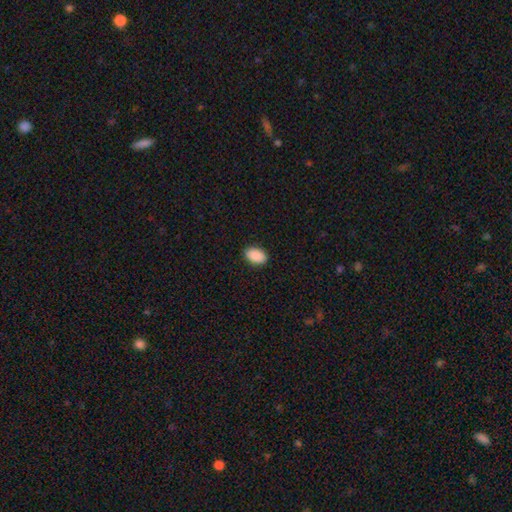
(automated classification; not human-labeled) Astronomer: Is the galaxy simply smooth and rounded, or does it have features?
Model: smooth — 91%.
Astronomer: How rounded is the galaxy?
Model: in between — 92%.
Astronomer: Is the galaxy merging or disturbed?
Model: none — 90%.